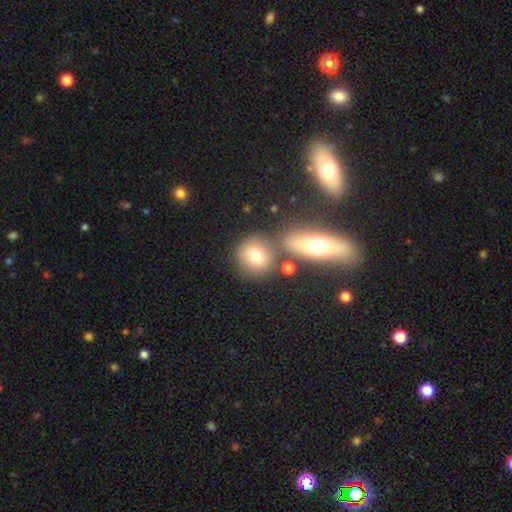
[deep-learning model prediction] The model was most divided on "merging": none: 69%, merger: 17%, minor disturbance: 10%, major disturbance: 4%. More confident: how rounded — round (85%); smooth or featured — smooth (74%).